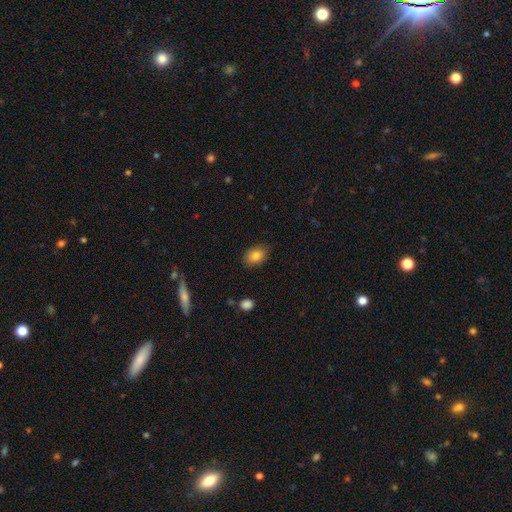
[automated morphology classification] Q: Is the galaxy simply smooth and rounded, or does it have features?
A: smooth — 83%.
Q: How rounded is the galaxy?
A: in between — 81%.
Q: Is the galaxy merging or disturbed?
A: none — 82%.